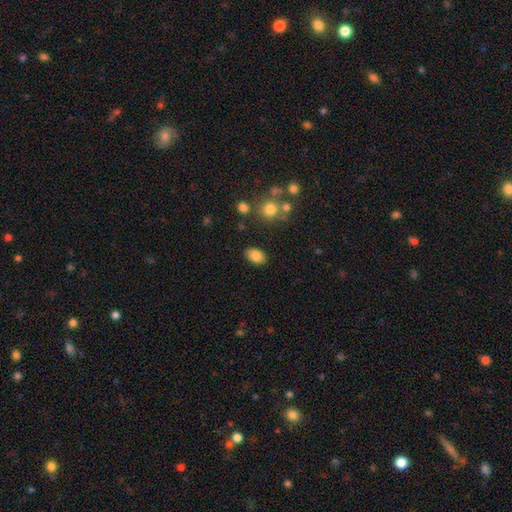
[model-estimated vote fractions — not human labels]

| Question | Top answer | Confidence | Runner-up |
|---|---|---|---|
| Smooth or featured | smooth | 85% | star or artifact (9%) |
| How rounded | in between | 86% | round (12%) |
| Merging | none | 84% | minor disturbance (10%) |